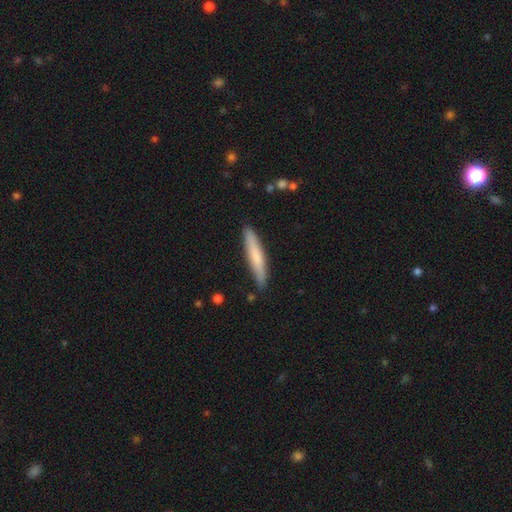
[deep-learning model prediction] Morphology: type=smooth (69%); roundness=cigar-shaped (92%); merging=none (86%).